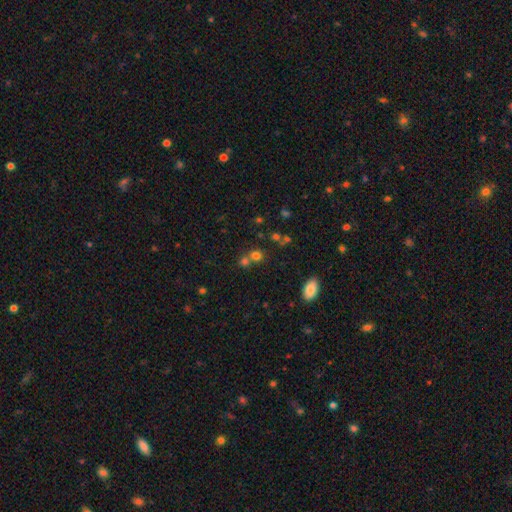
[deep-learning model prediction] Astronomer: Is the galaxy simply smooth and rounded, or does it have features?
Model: smooth — 71%.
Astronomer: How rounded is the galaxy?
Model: round — 81%.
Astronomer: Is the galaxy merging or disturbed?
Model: none — 50% (runner-up: merger, 41%).